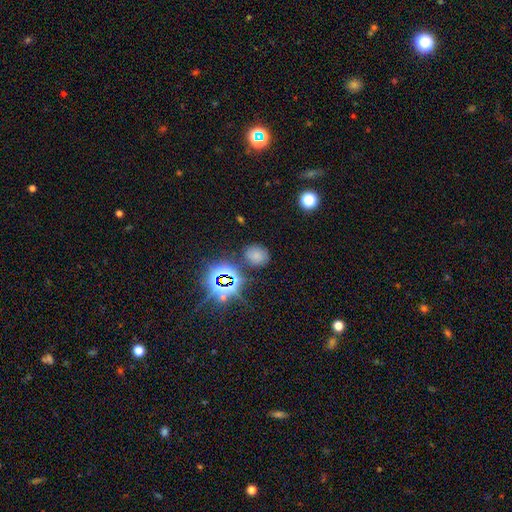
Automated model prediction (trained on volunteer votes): smooth_or_featured: smooth (p=0.60) [alt: star or artifact p=0.31]
how_rounded: round (p=0.51) [alt: in between p=0.48]
merging: none (p=0.77) [alt: minor disturbance p=0.14]